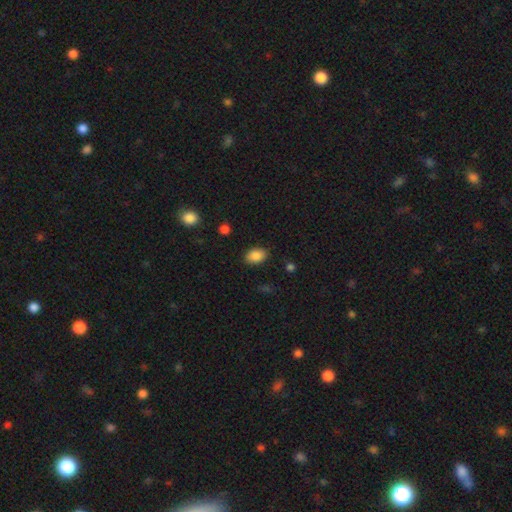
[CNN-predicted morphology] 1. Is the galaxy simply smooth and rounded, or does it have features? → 87% smooth, 8% star or artifact, 4% featured or disk.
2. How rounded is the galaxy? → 84% in between, 15% round, 1% cigar-shaped.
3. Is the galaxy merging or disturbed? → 85% none, 10% minor disturbance, 3% major disturbance, 1% merger.